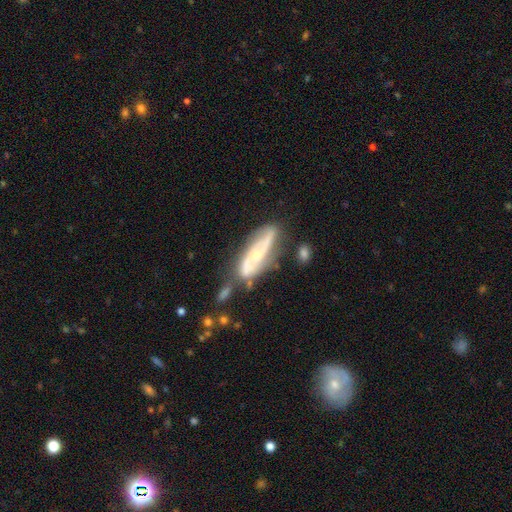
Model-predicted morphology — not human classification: This is likely a featured or disk galaxy (73%). It is clearly not viewed edge-on (81%). Bar: possibly no (50%). Spiral arm pattern: clearly yes (83%). Central bulge: possibly small (58%). Merging: possibly none (58%).